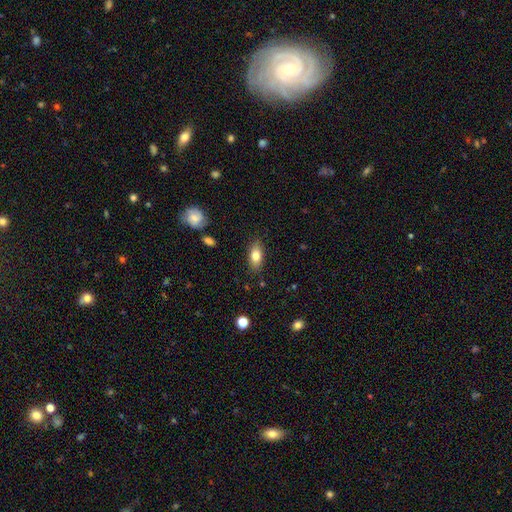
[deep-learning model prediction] Smooth or featured? Predicted: smooth (p=0.80). How rounded? Predicted: in between (p=0.86). Merging? Predicted: none (p=0.85).